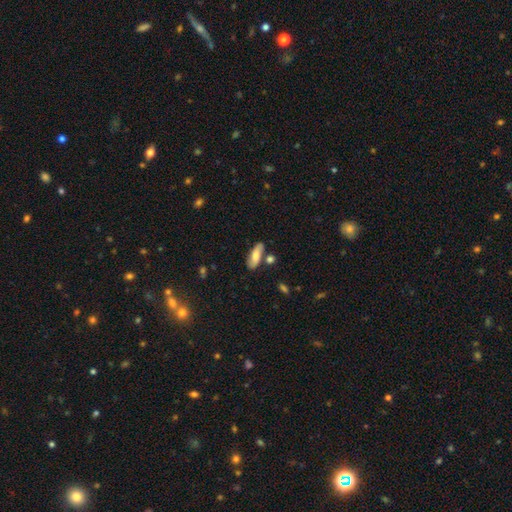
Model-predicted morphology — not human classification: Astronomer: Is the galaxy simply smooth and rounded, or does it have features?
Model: smooth — 66%.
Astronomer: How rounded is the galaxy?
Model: in between — 72%.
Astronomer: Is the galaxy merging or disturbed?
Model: none — 68%.